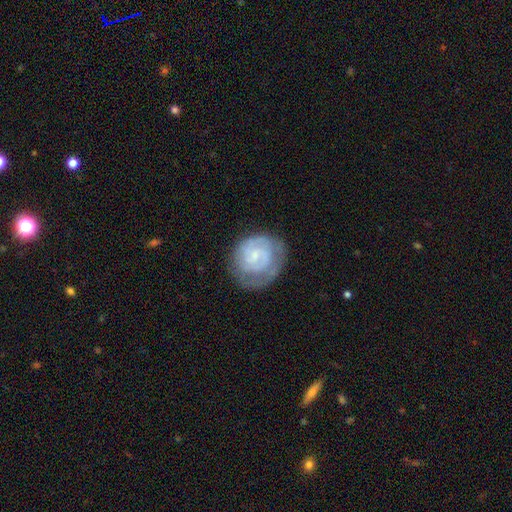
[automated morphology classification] smooth_or_featured: featured or disk (p=0.73) [alt: smooth p=0.21]
disk_edge_on: no (p=0.98) [alt: yes p=0.02]
bar: no (p=0.54) [alt: weak p=0.40]
has_spiral_arms: yes (p=0.90) [alt: no p=0.10]
spiral_winding: tight (p=0.64) [alt: medium p=0.29]
spiral_arm_count: 2 (p=0.46) [alt: can't tell p=0.27]
bulge_size: small (p=0.61) [alt: none p=0.18]
merging: none (p=0.66) [alt: minor disturbance p=0.21]